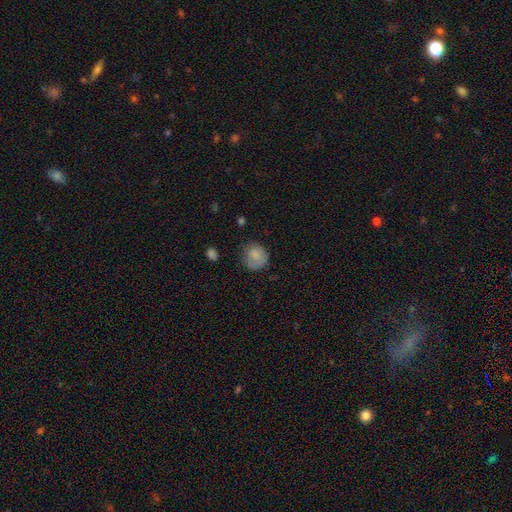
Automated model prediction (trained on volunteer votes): smooth-or-featured: smooth: 79% | featured or disk: 13% | star or artifact: 8%
  how-rounded: round: 77% | in between: 22% | cigar-shaped: 1%
  merging: none: 56% | minor disturbance: 28% | major disturbance: 14% | merger: 2%